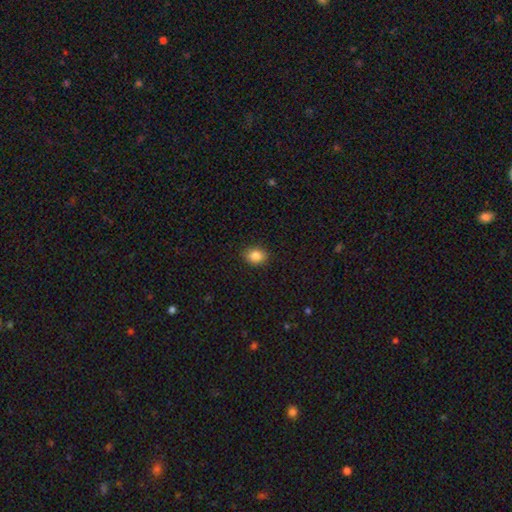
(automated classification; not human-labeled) The model was most divided on "how rounded": in between: 58%, round: 41%, cigar-shaped: 1%. More confident: merging — none (87%); smooth or featured — smooth (87%).